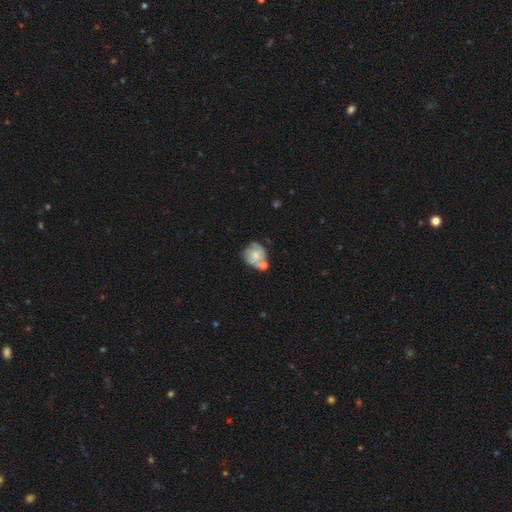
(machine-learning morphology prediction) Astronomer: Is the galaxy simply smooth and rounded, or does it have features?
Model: smooth — 47% (runner-up: featured or disk, 46%).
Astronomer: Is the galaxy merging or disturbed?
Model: none — 45% (runner-up: merger, 26%).